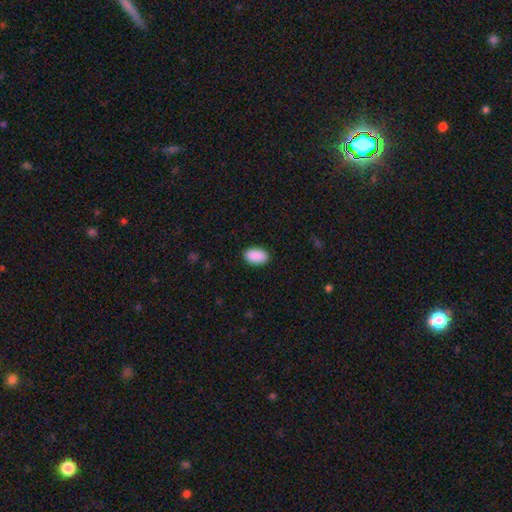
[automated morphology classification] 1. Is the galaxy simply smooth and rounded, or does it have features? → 91% smooth, 7% star or artifact, 2% featured or disk.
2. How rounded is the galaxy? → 94% in between, 5% round, 1% cigar-shaped.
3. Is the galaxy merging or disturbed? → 89% none, 8% minor disturbance, 2% major disturbance, 1% merger.